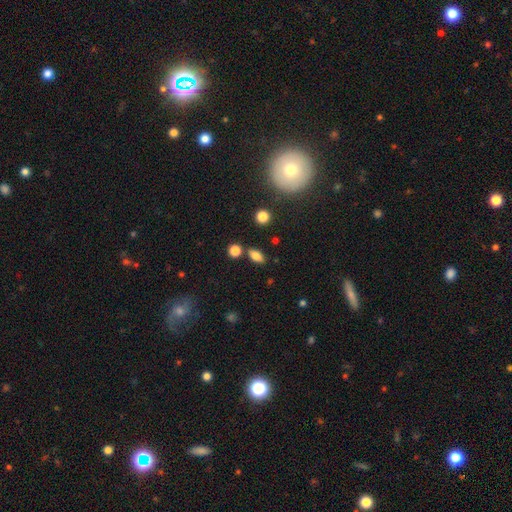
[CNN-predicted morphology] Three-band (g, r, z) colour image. It shows a smooth galaxy with no disk features (79%) that is in between round and cigar-shaped (82%). Merging: none (79%).